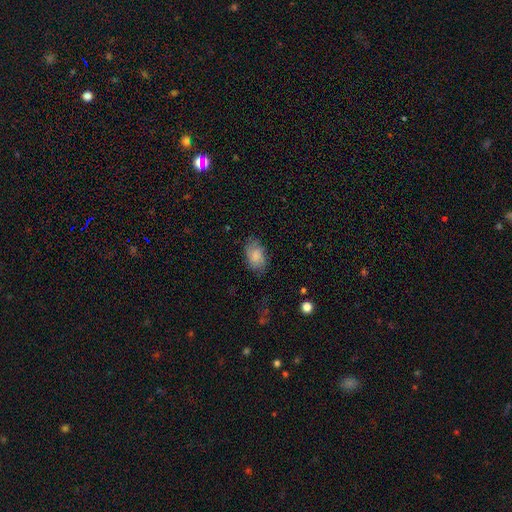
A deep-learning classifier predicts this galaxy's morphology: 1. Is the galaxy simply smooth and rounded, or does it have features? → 75% smooth, 17% featured or disk, 7% star or artifact.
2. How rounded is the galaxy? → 91% in between, 8% round, 2% cigar-shaped.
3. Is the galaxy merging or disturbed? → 74% none, 19% minor disturbance, 6% major disturbance, 1% merger.